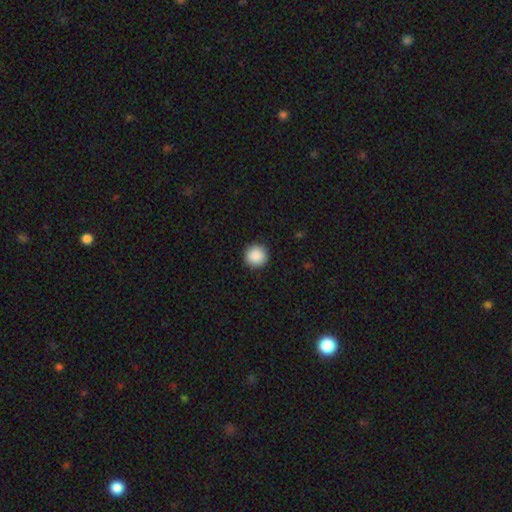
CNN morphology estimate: smooth-or-featured: smooth: 90% | star or artifact: 8% | featured or disk: 2%
  how-rounded: round: 95% | in between: 4% | cigar-shaped: 1%
  merging: none: 93% | minor disturbance: 5% | major disturbance: 2% | merger: 1%